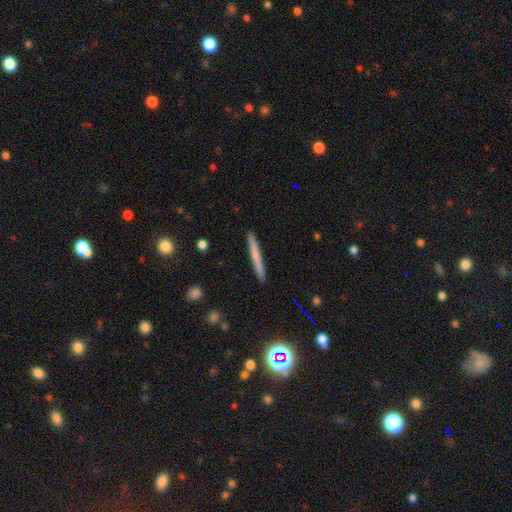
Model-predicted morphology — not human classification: Q: Smooth or featured?
A: smooth (62%); runner-up: featured or disk (31%)
Q: How rounded?
A: cigar-shaped (97%); runner-up: in between (2%)
Q: Merging?
A: none (92%); runner-up: minor disturbance (6%)